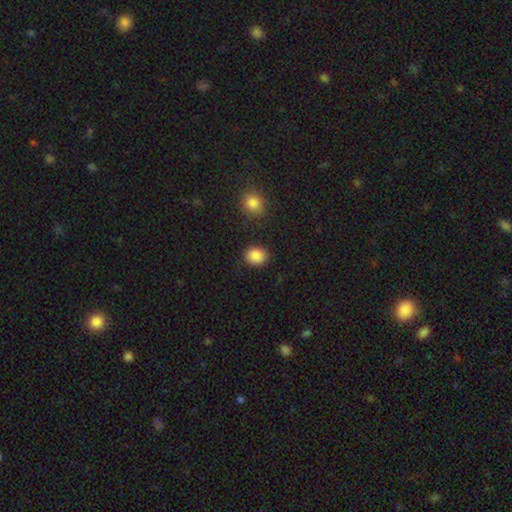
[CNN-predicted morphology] Smooth or featured: smooth — 89% (star or artifact — 8%)
How rounded: round — 58% (in between — 41%)
Merging: none — 83% (minor disturbance — 11%)